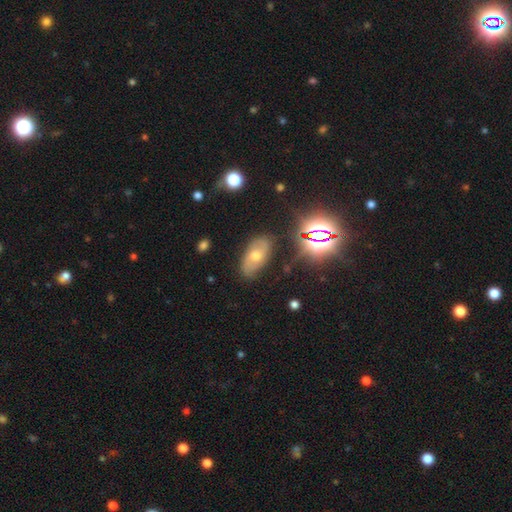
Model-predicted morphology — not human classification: This appears to be a featured or disk galaxy (42%). Merging: none (78%).